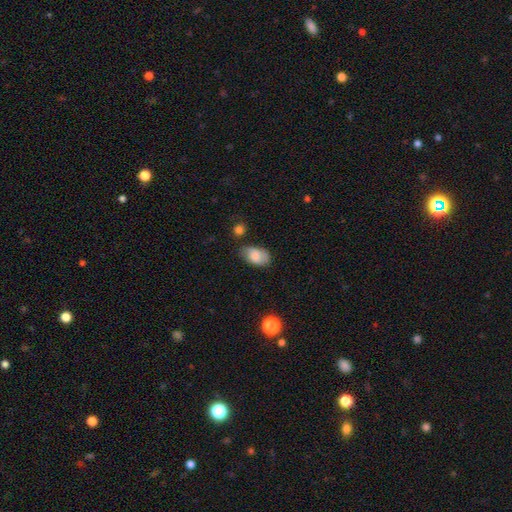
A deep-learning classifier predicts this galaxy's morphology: Q: Smooth or featured?
A: smooth (76%); runner-up: featured or disk (16%)
Q: How rounded?
A: in between (90%); runner-up: round (8%)
Q: Merging?
A: none (59%); runner-up: minor disturbance (29%)